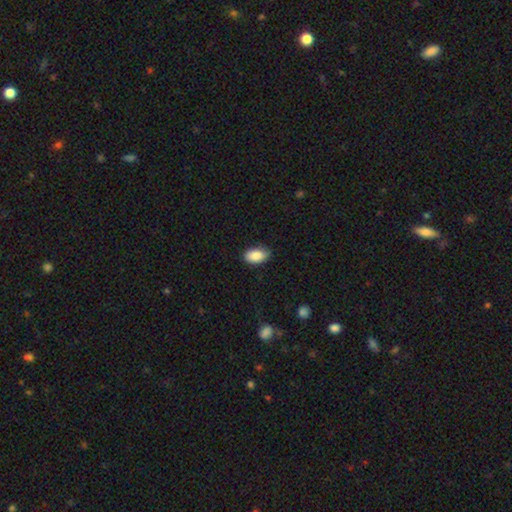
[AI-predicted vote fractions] smooth-or-featured: smooth: 88% | star or artifact: 7% | featured or disk: 5%
  how-rounded: in between: 93% | round: 6% | cigar-shaped: 2%
  merging: none: 73% | minor disturbance: 23% | major disturbance: 3% | merger: 1%